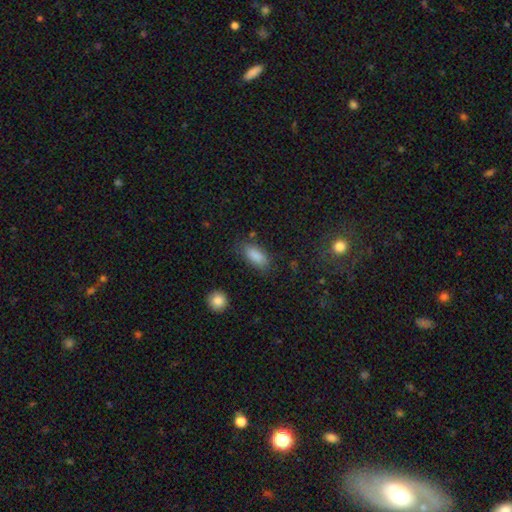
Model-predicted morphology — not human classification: Smooth or featured: smooth — 86% (star or artifact — 8%)
How rounded: in between — 86% (cigar-shaped — 11%)
Merging: none — 76% (minor disturbance — 16%)